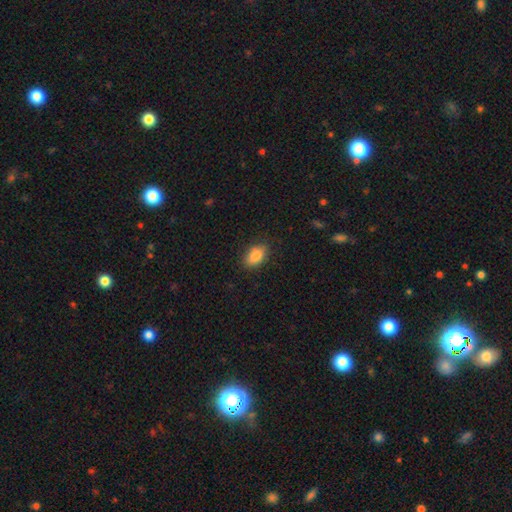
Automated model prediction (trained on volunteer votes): The model was most divided on "merging": none: 84%, minor disturbance: 12%, major disturbance: 3%, merger: 1%. More confident: how rounded — in between (89%); smooth or featured — smooth (87%).